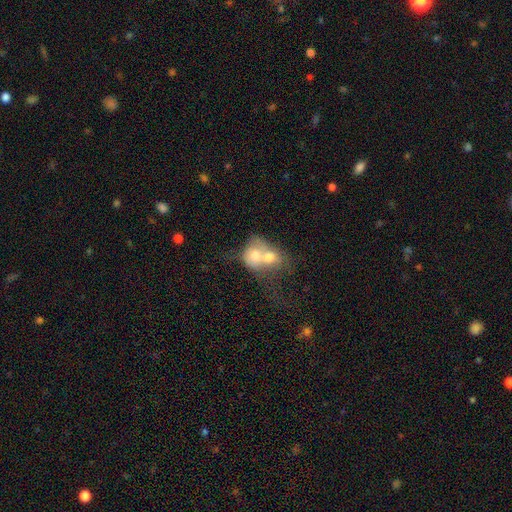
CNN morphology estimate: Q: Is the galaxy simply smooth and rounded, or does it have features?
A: smooth — 63%.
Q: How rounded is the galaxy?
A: round — 57%.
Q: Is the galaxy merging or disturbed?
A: merger — 81%.